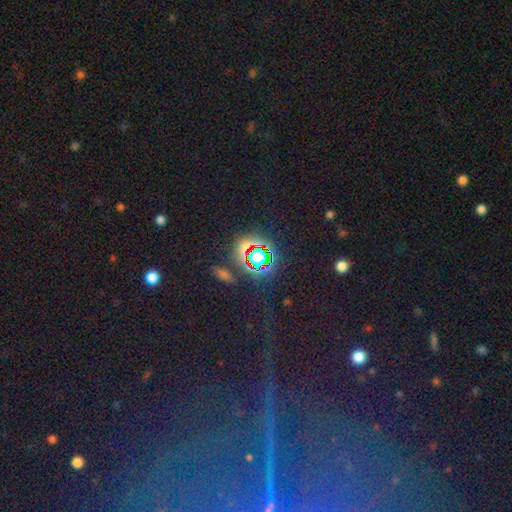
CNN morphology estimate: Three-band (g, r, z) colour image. It shows a star or artifact, not a galaxy (69%).